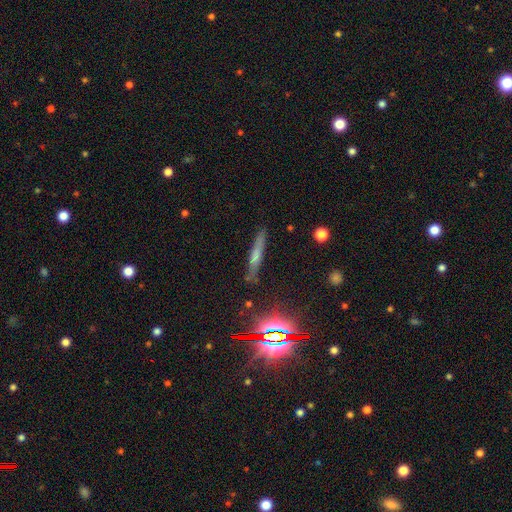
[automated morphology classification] Smooth or featured? Predicted: smooth (p=0.43). Merging? Predicted: none (p=0.85).